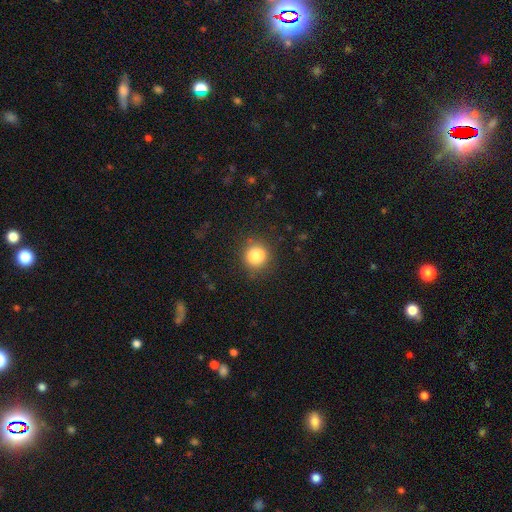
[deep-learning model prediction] Q: Smooth or featured?
A: smooth (85%); runner-up: star or artifact (10%)
Q: How rounded?
A: round (86%); runner-up: in between (13%)
Q: Merging?
A: none (82%); runner-up: minor disturbance (13%)